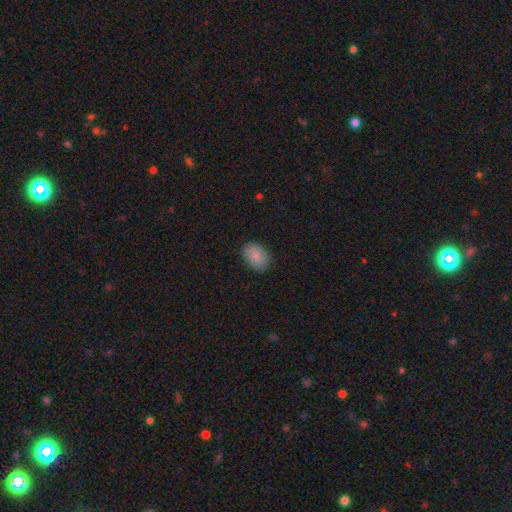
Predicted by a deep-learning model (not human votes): Q: Smooth or featured?
A: smooth (83%); runner-up: featured or disk (10%)
Q: How rounded?
A: in between (73%); runner-up: round (26%)
Q: Merging?
A: none (84%); runner-up: minor disturbance (13%)